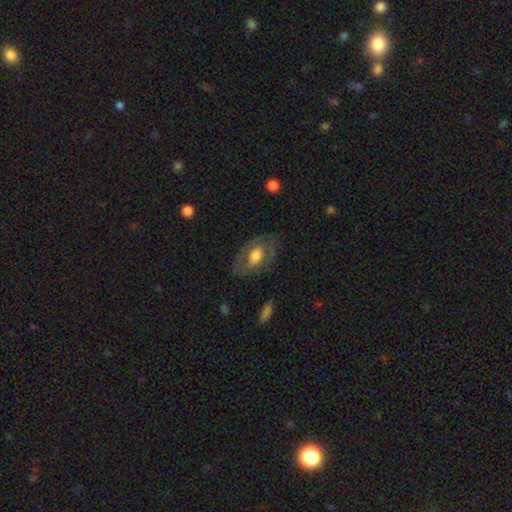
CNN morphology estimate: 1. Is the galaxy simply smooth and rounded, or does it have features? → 50% featured or disk, 43% smooth, 7% star or artifact.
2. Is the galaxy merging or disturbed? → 72% none, 17% minor disturbance, 10% major disturbance, 1% merger.